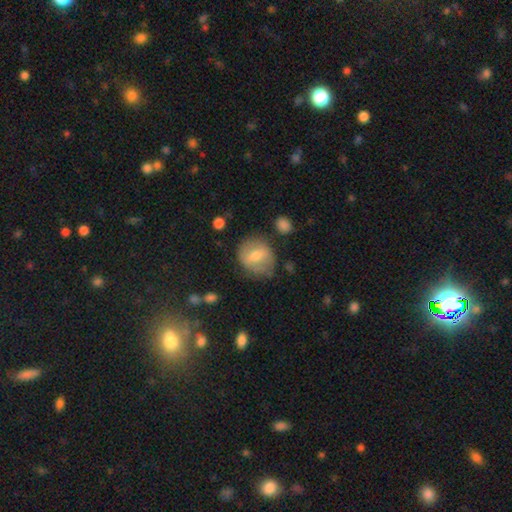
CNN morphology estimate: This is possibly a smooth galaxy (56%). How rounded: likely round (70%). Merging: likely none (75%).